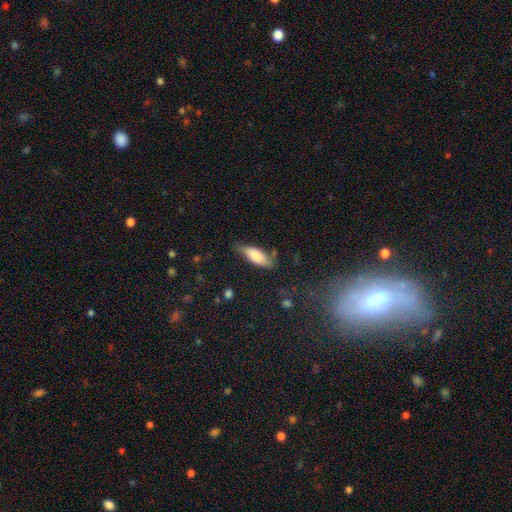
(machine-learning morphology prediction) smooth 77%, featured or disk 17%, star or artifact 6%. Down the decision tree: how rounded — in between (66%); merging — none (65%).